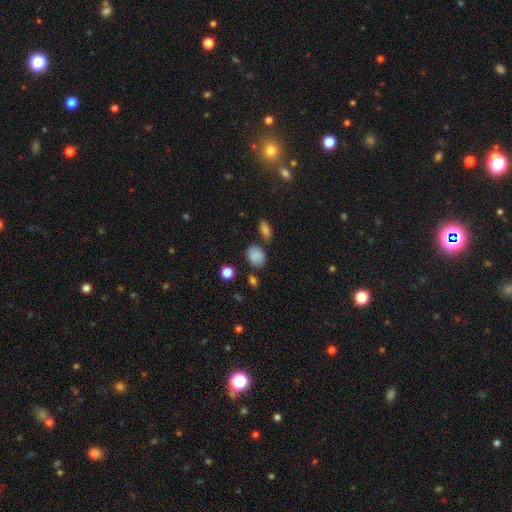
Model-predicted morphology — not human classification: Smooth or featured? Predicted: smooth (p=0.83). How rounded? Predicted: in between (p=0.59). Merging? Predicted: none (p=0.68).